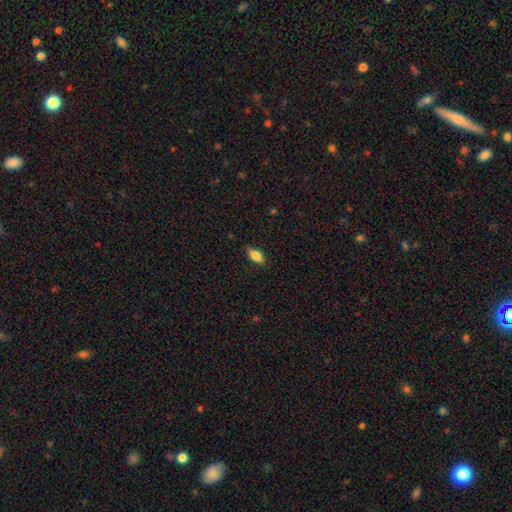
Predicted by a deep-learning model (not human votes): smooth-or-featured: smooth: 73% | featured or disk: 19% | star or artifact: 8%
  how-rounded: in between: 77% | cigar-shaped: 19% | round: 3%
  merging: none: 83% | minor disturbance: 13% | major disturbance: 3% | merger: 1%